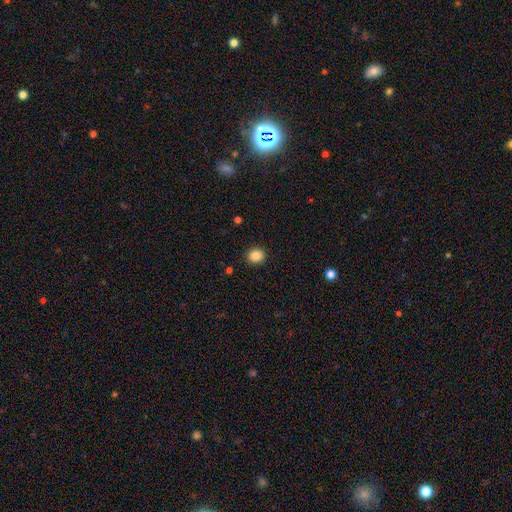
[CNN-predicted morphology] Smooth or featured?
  - smooth: 87% *
  - star or artifact: 10%
  - featured or disk: 3%
How rounded?
  - round: 73% *
  - in between: 26%
  - cigar-shaped: 1%
Merging?
  - none: 91% *
  - minor disturbance: 6%
  - major disturbance: 2%
  - merger: 1%